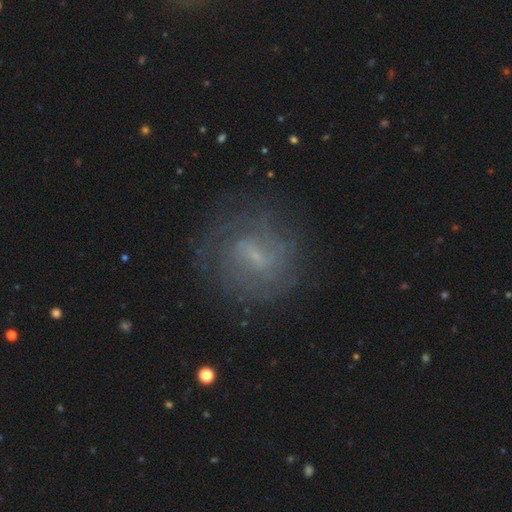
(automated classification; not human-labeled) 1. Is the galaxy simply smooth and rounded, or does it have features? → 65% featured or disk, 22% smooth, 13% star or artifact.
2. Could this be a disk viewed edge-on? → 96% no, 4% yes.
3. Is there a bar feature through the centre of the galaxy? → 59% weak, 22% no, 19% strong.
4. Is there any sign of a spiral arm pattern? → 79% yes, 21% no.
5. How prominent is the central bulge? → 67% small, 17% none, 14% moderate, 1% large, 1% dominant.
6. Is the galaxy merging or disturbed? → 78% none, 13% minor disturbance, 8% major disturbance, 2% merger.